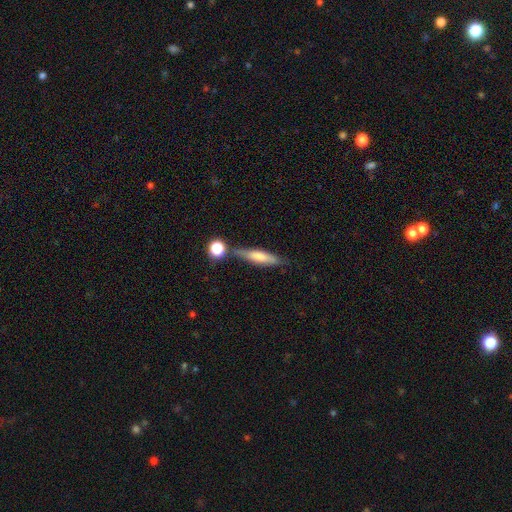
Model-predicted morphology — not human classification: smooth 57%, featured or disk 35%, star or artifact 8%. Down the decision tree: how rounded — cigar-shaped (80%); merging — none (71%).